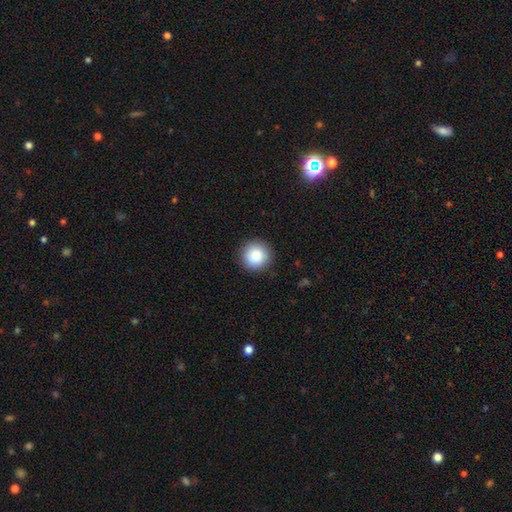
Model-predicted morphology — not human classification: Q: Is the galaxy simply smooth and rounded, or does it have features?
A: smooth — 88%.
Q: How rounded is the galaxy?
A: round — 95%.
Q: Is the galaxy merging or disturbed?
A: none — 91%.